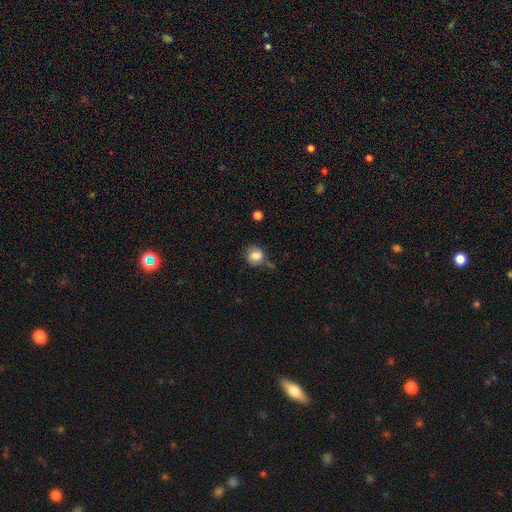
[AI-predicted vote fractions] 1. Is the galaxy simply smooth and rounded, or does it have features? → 80% smooth, 11% featured or disk, 9% star or artifact.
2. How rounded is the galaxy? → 71% round, 28% in between, 1% cigar-shaped.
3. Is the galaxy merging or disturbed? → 61% none, 26% minor disturbance, 8% major disturbance, 5% merger.